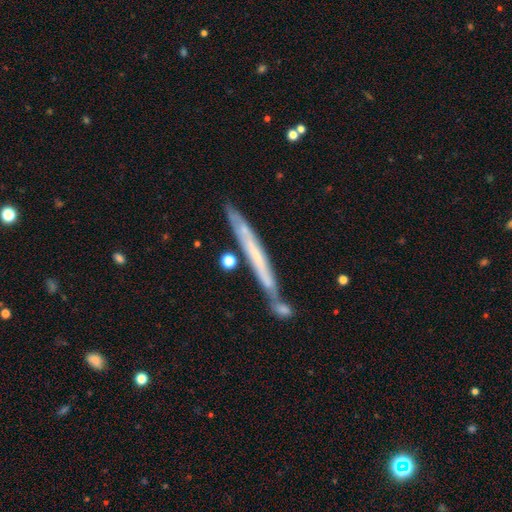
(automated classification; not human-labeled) Morphology: type=featured or disk (53%); edge-on=yes (90%); merging=none (67%).